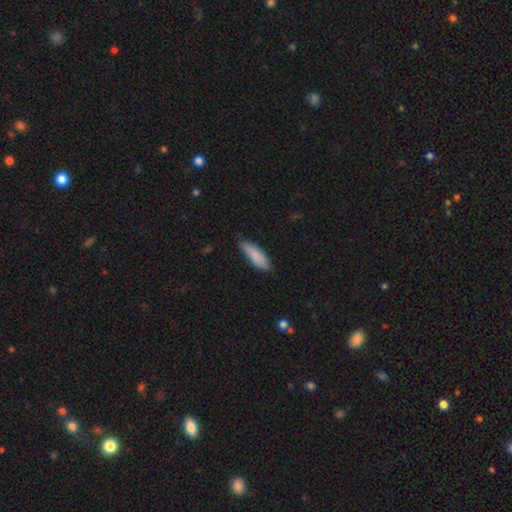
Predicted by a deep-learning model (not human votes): Morphology: type=smooth (85%); roundness=in between (52%); merging=none (77%).